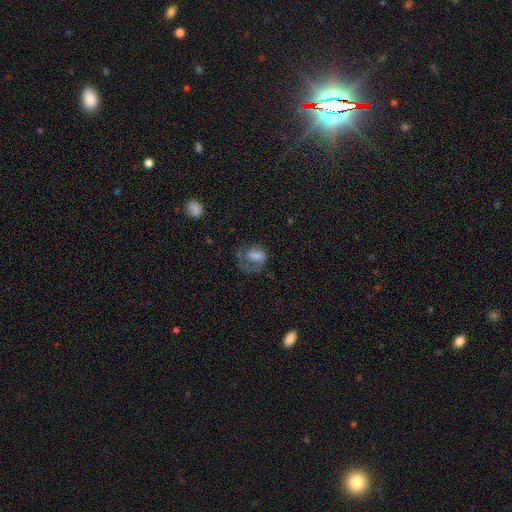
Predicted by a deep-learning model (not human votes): This appears to be a smooth galaxy with no disk features (46%). Merging: major disturbance (40%).